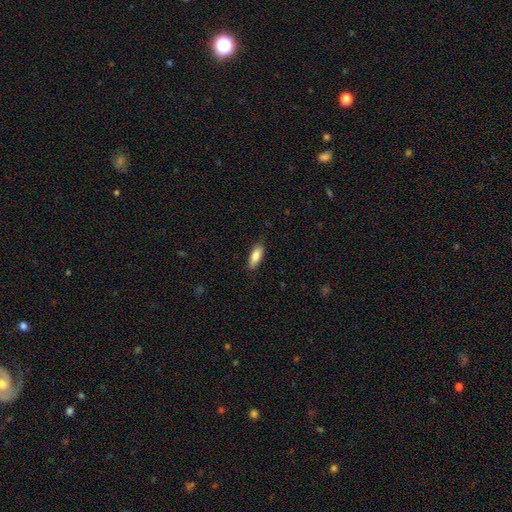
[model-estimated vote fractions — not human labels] This appears to be a smooth galaxy with no disk features (84%) that is in between round and cigar-shaped (69%). Merging: none (83%).